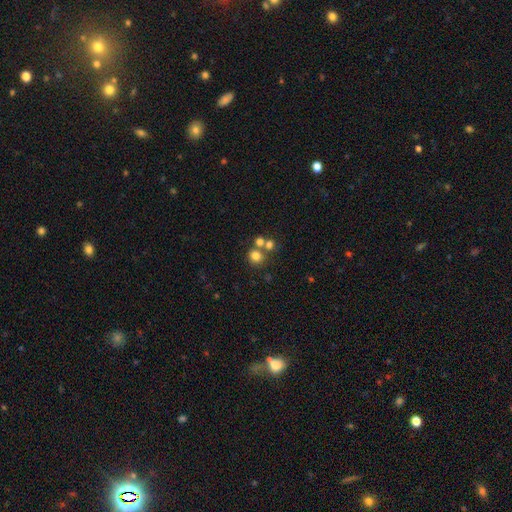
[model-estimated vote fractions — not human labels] Overall: smooth (75%). How rounded: round (85%). Merging: none (57%; merger 32%).